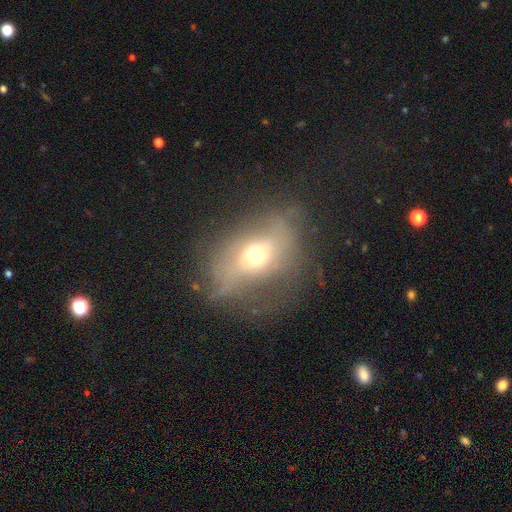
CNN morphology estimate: Smooth or featured? featured or disk (52%)
Edge-on disk? no (78%)
Merging? none (47%)